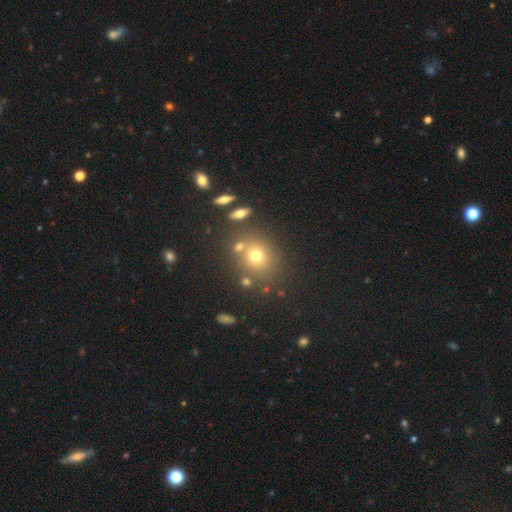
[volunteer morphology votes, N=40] This is likely a smooth galaxy (70%). How rounded: likely round (75%). Merging: likely none (77%).